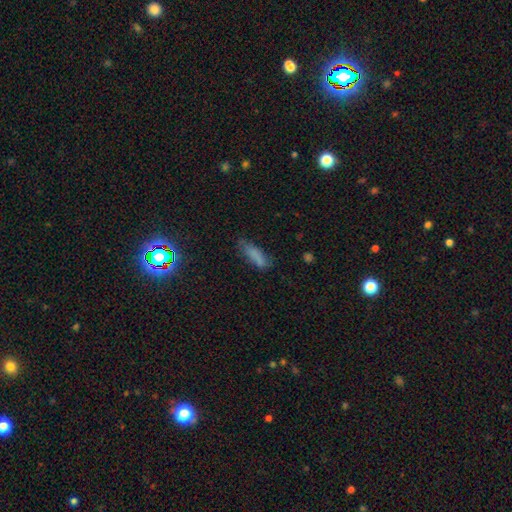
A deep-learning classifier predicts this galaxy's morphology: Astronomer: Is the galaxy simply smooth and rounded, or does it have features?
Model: smooth — 77%.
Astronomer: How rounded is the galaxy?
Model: cigar-shaped — 50% (runner-up: in between, 48%).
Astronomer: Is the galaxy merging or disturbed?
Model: none — 59%.